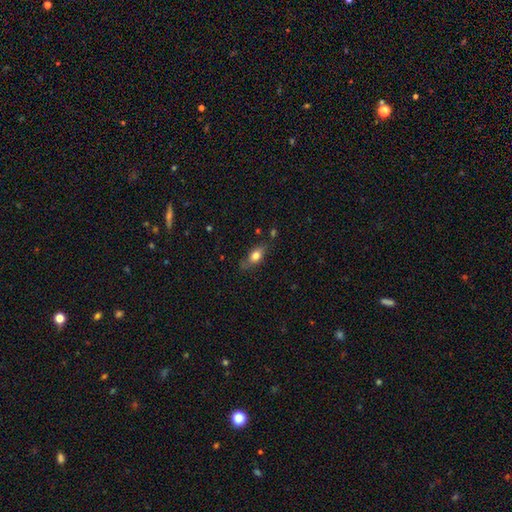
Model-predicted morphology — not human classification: Smooth or featured? smooth (71%)
How rounded? in between (75%)
Merging? none (69%)